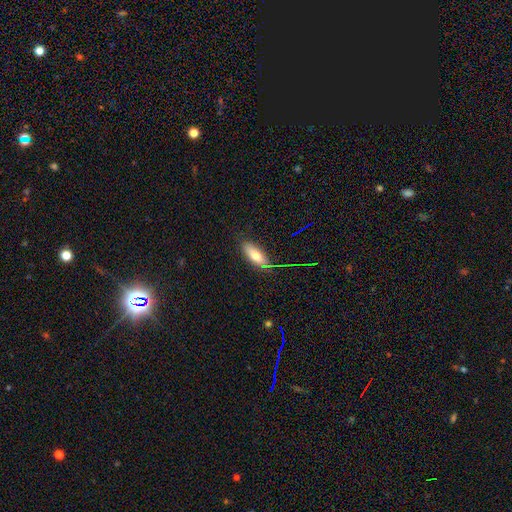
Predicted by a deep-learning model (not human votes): This appears to be a smooth galaxy with no disk features (71%) that is in between round and cigar-shaped (74%). Merging: none (73%).